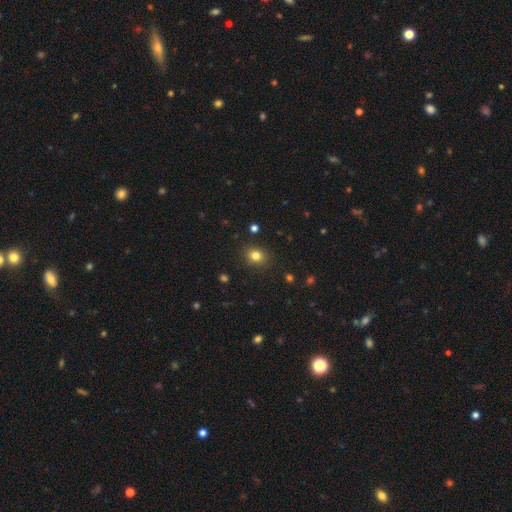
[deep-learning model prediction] smooth-or-featured: smooth: 80% | star or artifact: 14% | featured or disk: 6%
  how-rounded: round: 69% | in between: 31% | cigar-shaped: 1%
  merging: none: 88% | minor disturbance: 8% | major disturbance: 2% | merger: 1%